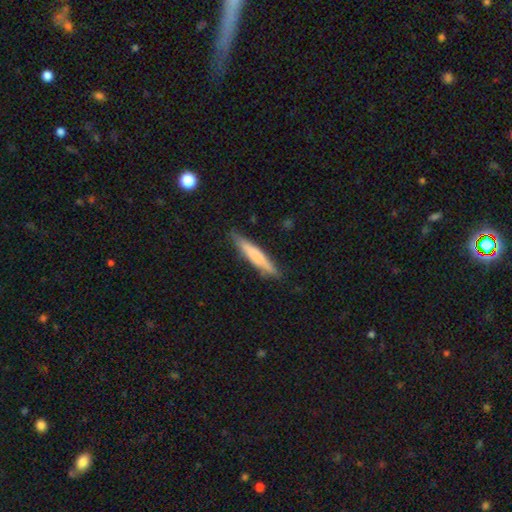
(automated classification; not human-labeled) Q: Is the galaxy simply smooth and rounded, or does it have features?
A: smooth — 65%.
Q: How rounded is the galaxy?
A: cigar-shaped — 91%.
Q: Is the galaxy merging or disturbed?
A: none — 84%.